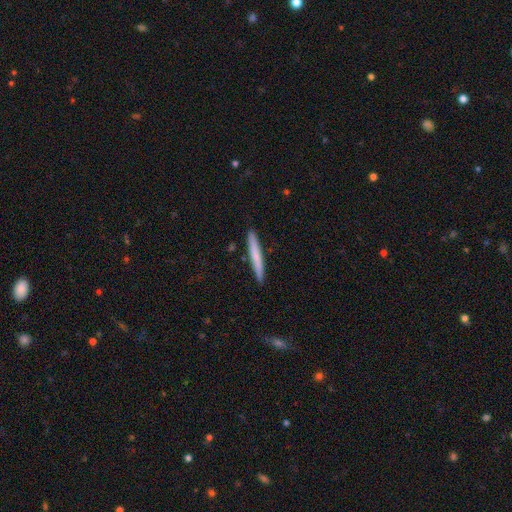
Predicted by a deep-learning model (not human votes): The model was most divided on "smooth or featured": smooth: 66%, featured or disk: 28%, star or artifact: 5%. More confident: how rounded — cigar-shaped (96%); merging — none (90%).